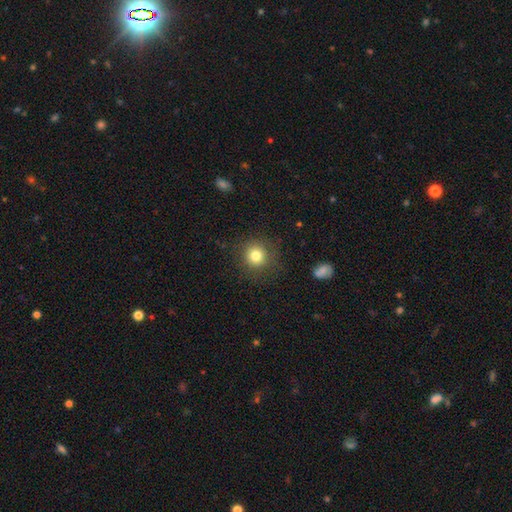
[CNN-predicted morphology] A smooth galaxy with no disk features (80%) that is round (92%). Merging: none (85%).